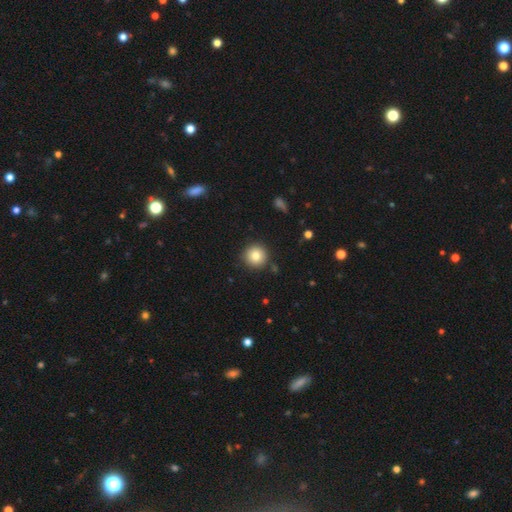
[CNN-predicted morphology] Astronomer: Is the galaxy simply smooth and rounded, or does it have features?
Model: smooth — 81%.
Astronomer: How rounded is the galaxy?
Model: round — 95%.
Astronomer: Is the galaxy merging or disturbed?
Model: none — 89%.